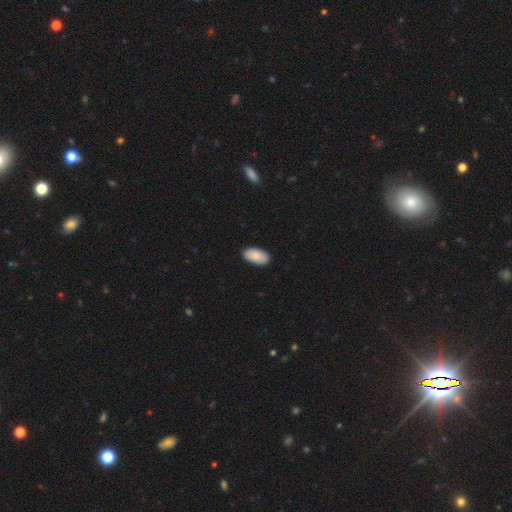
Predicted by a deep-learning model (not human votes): This is clearly a smooth galaxy (89%). How rounded: clearly in between (96%). Merging: clearly none (90%).